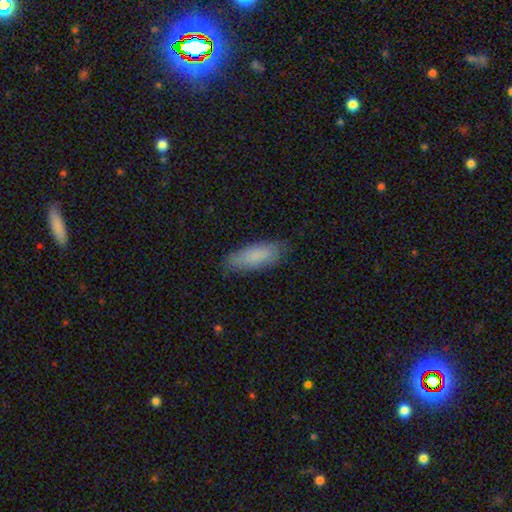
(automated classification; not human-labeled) smooth_or_featured: smooth (p=0.85) [alt: featured or disk p=0.09]
how_rounded: in between (p=0.62) [alt: cigar-shaped p=0.36]
merging: none (p=0.81) [alt: minor disturbance p=0.15]